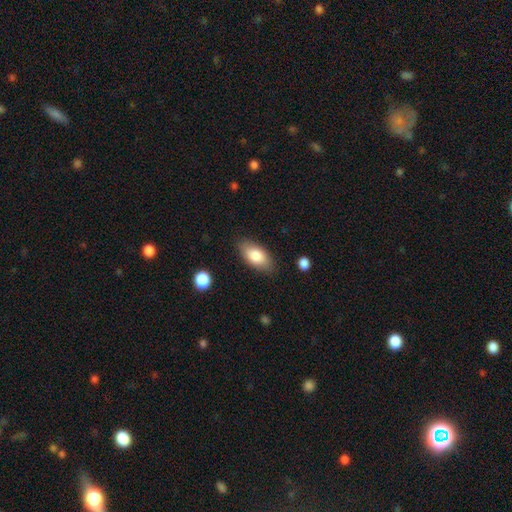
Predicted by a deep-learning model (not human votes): A smooth galaxy with no disk features (81%) that is in between round and cigar-shaped (90%).

Vote fractions:
- Smooth or featured? smooth: 81% / featured or disk: 12% / star or artifact: 6%
- How rounded? in between: 90% / cigar-shaped: 7% / round: 3%
- Merging? none: 83% / minor disturbance: 13% / major disturbance: 3% / merger: 1%